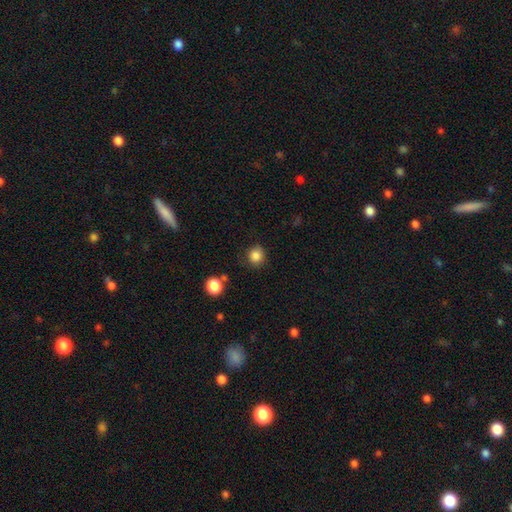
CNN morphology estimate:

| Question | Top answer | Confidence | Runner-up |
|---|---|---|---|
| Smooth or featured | smooth | 85% | star or artifact (11%) |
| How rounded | round | 88% | in between (11%) |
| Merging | none | 84% | minor disturbance (11%) |